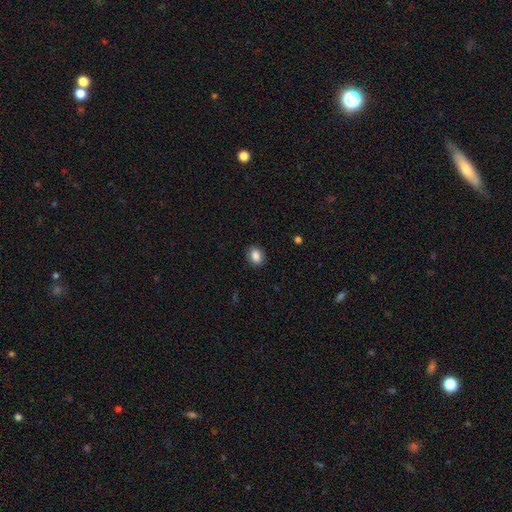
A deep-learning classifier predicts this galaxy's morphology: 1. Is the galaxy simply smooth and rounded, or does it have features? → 86% smooth, 8% star or artifact, 6% featured or disk.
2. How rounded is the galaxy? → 60% in between, 38% round, 1% cigar-shaped.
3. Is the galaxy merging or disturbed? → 89% none, 8% minor disturbance, 2% major disturbance, 1% merger.